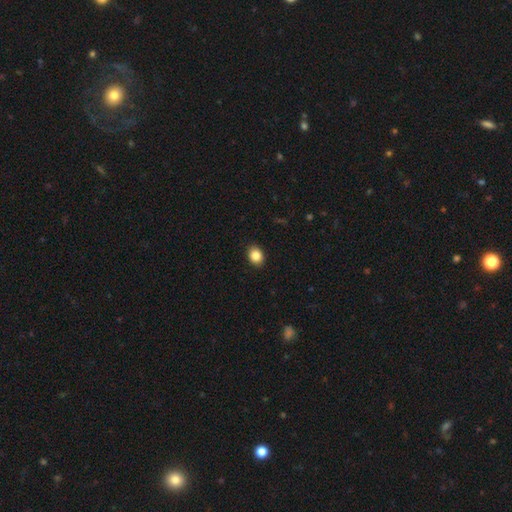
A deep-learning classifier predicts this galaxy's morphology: Q: Smooth or featured?
A: smooth (86%); runner-up: star or artifact (9%)
Q: How rounded?
A: in between (54%); runner-up: round (45%)
Q: Merging?
A: none (90%); runner-up: minor disturbance (7%)